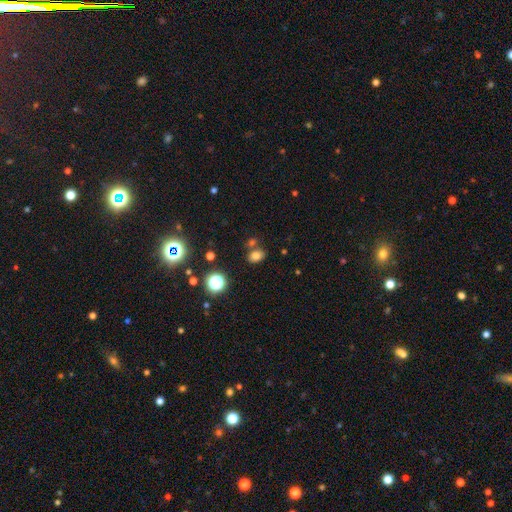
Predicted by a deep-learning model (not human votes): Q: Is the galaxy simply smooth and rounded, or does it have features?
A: smooth — 74%.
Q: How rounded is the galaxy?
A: in between — 71%.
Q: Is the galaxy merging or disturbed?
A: none — 66%.